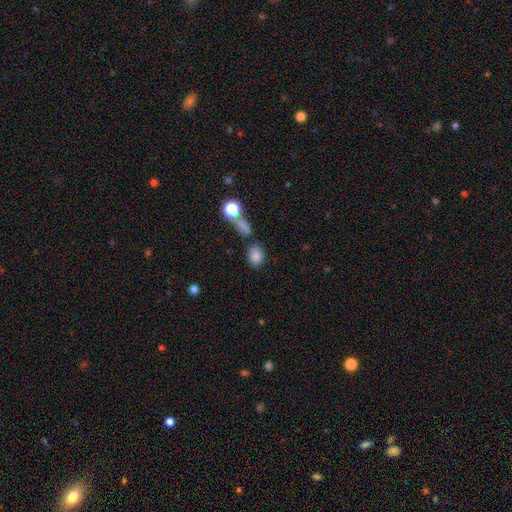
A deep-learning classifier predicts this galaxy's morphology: The model was most divided on "how rounded": in between: 60%, round: 38%, cigar-shaped: 2%. More confident: smooth or featured — smooth (81%); merging — none (68%).